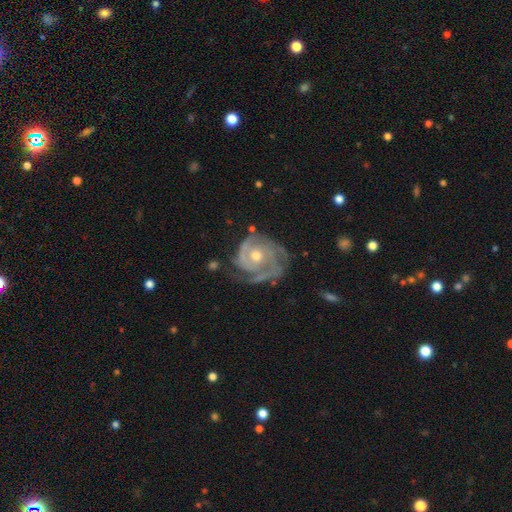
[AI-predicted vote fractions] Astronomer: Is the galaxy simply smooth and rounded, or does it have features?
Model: featured or disk — 89%.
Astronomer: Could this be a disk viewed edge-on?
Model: no — 98%.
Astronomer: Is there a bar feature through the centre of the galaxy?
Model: no — 75%.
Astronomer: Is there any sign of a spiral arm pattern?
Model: yes — 96%.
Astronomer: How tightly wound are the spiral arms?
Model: tight — 67%.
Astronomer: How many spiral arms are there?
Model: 3 — 34% (runner-up: 2, 29%).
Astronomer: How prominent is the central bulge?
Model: moderate — 70%.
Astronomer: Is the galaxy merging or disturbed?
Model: none — 61%.